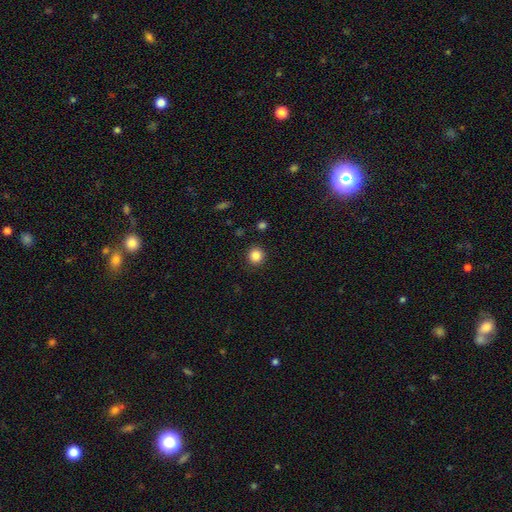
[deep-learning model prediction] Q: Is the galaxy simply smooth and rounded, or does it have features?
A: smooth — 85%.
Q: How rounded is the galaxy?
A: round — 91%.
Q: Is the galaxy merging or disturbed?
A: none — 91%.